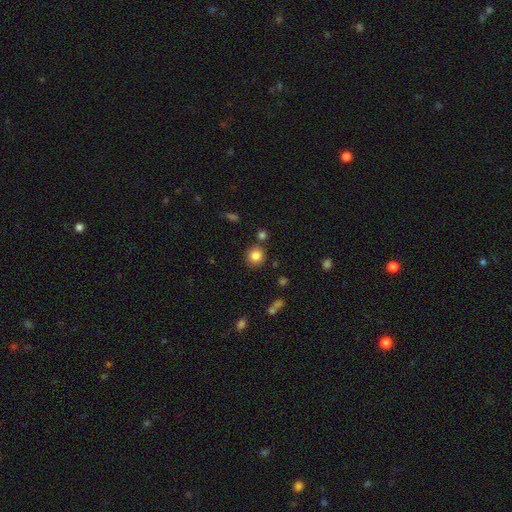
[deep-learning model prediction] Smooth or featured? smooth (83%)
How rounded? round (88%)
Merging? none (81%)